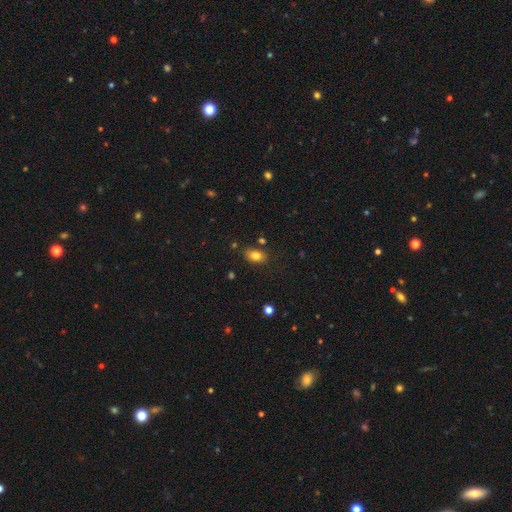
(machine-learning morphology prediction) Smooth or featured? smooth (80%)
How rounded? in between (84%)
Merging? none (80%)